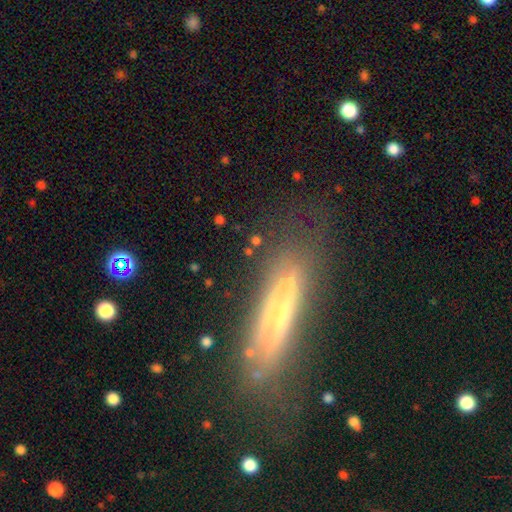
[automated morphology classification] Q: Smooth or featured?
A: featured or disk (56%); runner-up: smooth (35%)
Q: Edge-on disk?
A: yes (83%); runner-up: no (17%)
Q: Merging?
A: none (69%); runner-up: minor disturbance (20%)